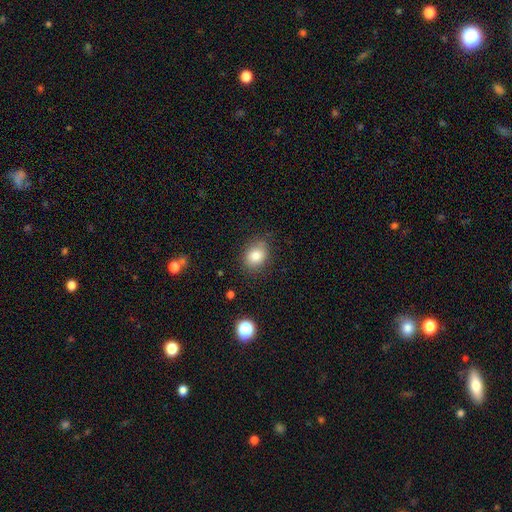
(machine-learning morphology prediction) Smooth or featured? Predicted: smooth (p=0.82). How rounded? Predicted: in between (p=0.55). Merging? Predicted: none (p=0.79).